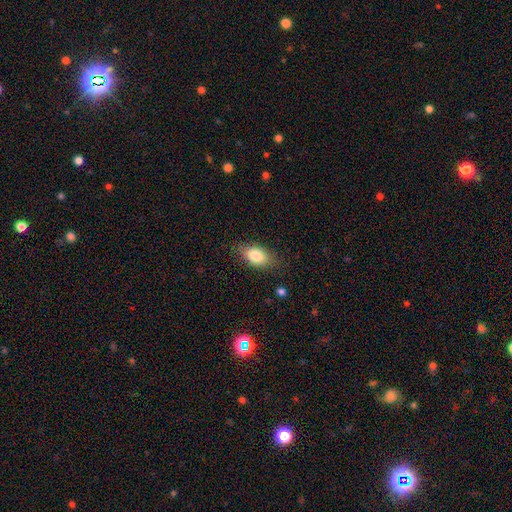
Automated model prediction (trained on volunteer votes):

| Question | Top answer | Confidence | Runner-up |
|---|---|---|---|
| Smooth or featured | smooth | 82% | featured or disk (10%) |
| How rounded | in between | 88% | round (8%) |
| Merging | none | 79% | minor disturbance (16%) |